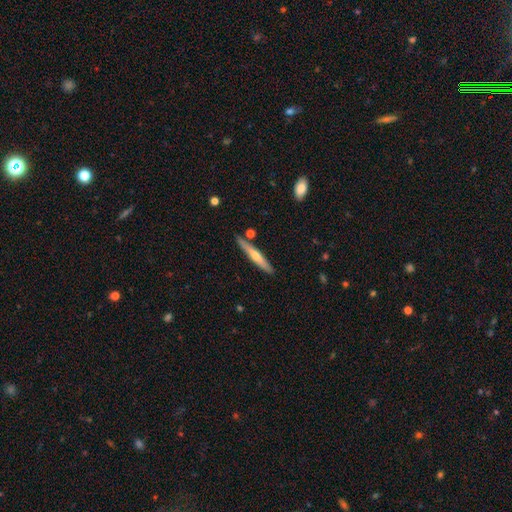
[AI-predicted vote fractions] smooth_or_featured: featured or disk (p=0.52) [alt: smooth p=0.43]
disk_edge_on: yes (p=0.95) [alt: no p=0.05]
merging: none (p=0.85) [alt: minor disturbance p=0.10]